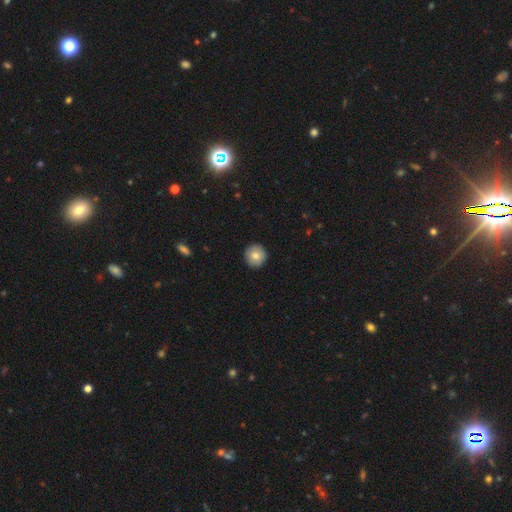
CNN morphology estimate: Smooth or featured: smooth — 80% (featured or disk — 12%)
How rounded: round — 95% (in between — 4%)
Merging: none — 91% (minor disturbance — 6%)